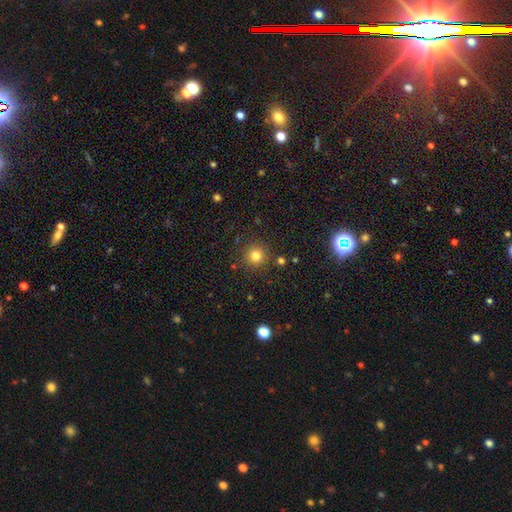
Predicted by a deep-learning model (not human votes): Smooth or featured?
  - smooth: 79% *
  - star or artifact: 14%
  - featured or disk: 7%
How rounded?
  - round: 94% *
  - in between: 5%
  - cigar-shaped: 1%
Merging?
  - none: 87% *
  - minor disturbance: 7%
  - merger: 3%
  - major disturbance: 3%